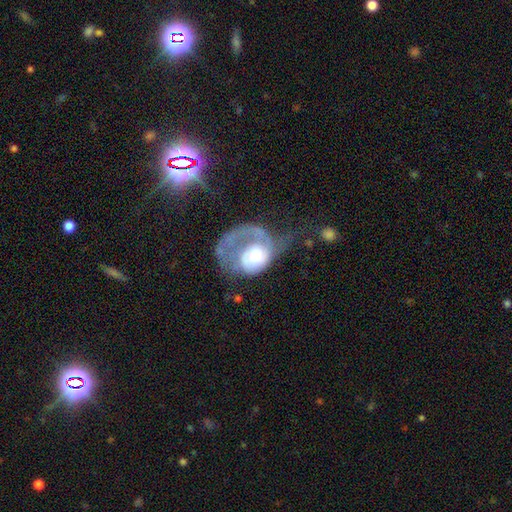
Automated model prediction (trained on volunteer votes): Overall: featured or disk (68%). Edge-on disk: no (97%). Bar: no (71%). Spiral arms: yes (78%). Spiral arm count: 1 (69%). Spiral winding: loose (39%; medium 35%). Bulge size: moderate (60%; large 24%). Merging: major disturbance (59%; none 21%).